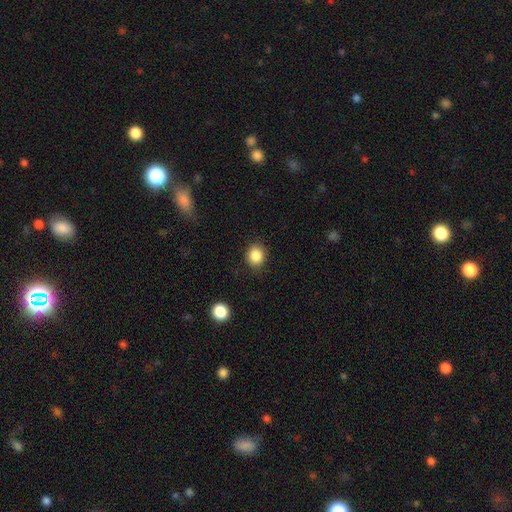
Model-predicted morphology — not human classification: Smooth or featured: smooth — 86% (star or artifact — 10%)
How rounded: round — 76% (in between — 23%)
Merging: none — 87% (minor disturbance — 9%)